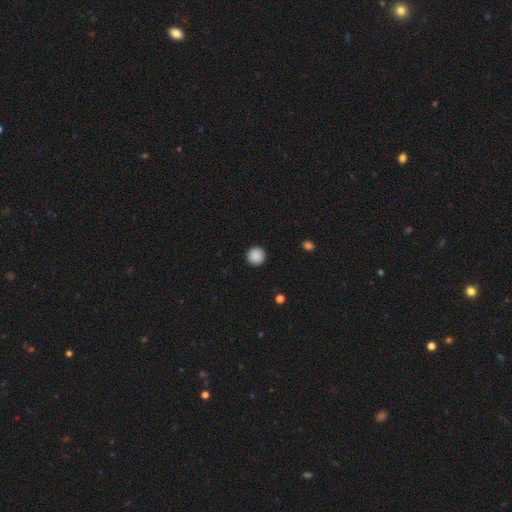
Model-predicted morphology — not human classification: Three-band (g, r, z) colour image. It shows a smooth galaxy with no disk features (89%) that is round (96%). Merging: none (93%).